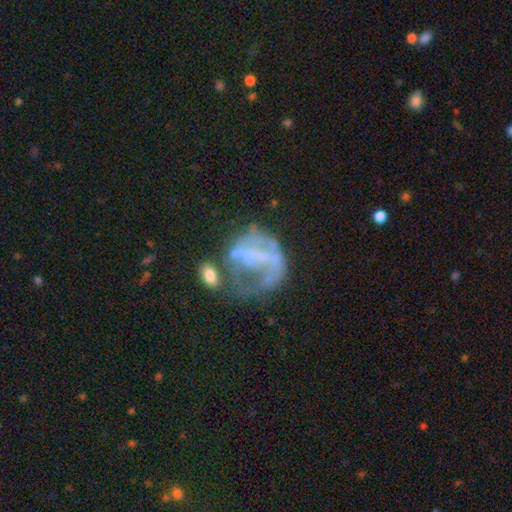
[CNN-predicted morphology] The model was most divided on "merging": major disturbance: 42%, none: 28%, minor disturbance: 18%, merger: 12%. More confident: edge-on disk — no (97%); bulge size — none (69%); spiral arms — no (64%); smooth or featured — featured or disk (62%); bar — no (58%).